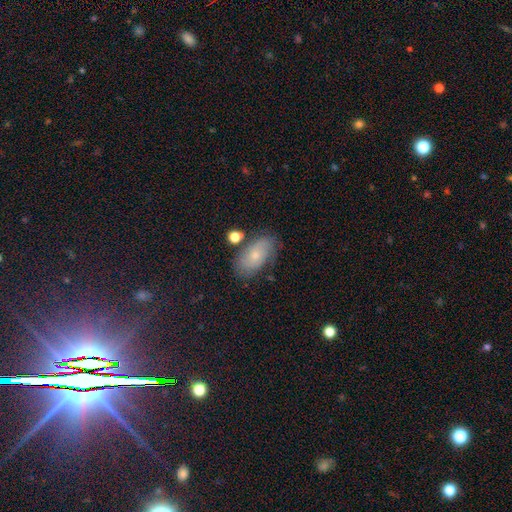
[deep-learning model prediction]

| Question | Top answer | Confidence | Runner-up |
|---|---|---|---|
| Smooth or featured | smooth | 51% | featured or disk (40%) |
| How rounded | in between | 90% | round (7%) |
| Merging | none | 70% | minor disturbance (19%) |